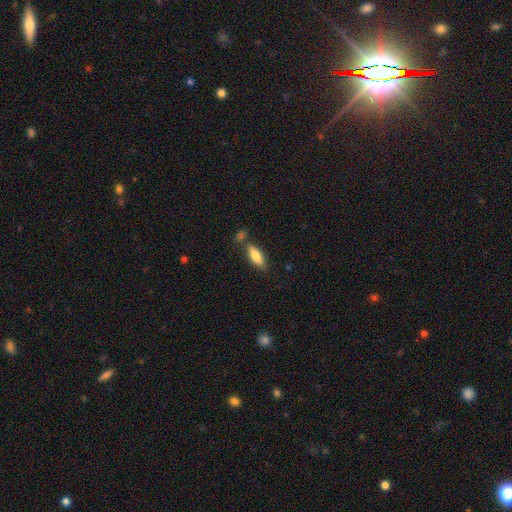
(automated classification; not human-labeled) smooth_or_featured: smooth (p=0.80) [alt: featured or disk p=0.14]
how_rounded: in between (p=0.64) [alt: cigar-shaped p=0.34]
merging: none (p=0.67) [alt: minor disturbance p=0.15]